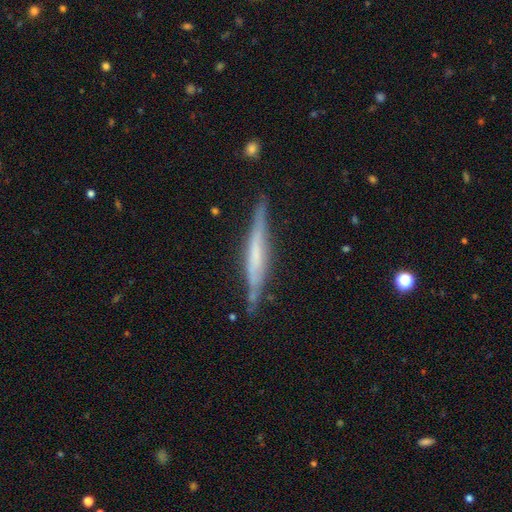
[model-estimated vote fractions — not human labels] featured or disk 66%, smooth 27%, star or artifact 6%. Down the decision tree: edge-on disk — yes (95%); edge-on bulge — none (47%); merging — none (80%).